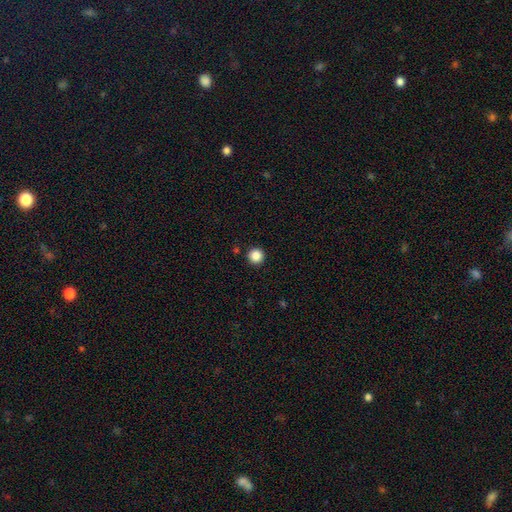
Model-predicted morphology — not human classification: Overall: smooth (87%). How rounded: round (96%). Merging: none (93%).